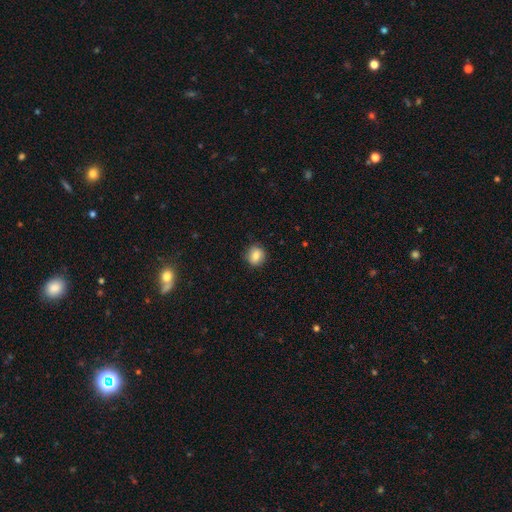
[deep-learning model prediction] smooth 82%, star or artifact 9%, featured or disk 9%. Down the decision tree: how rounded — round (78%); merging — none (86%).